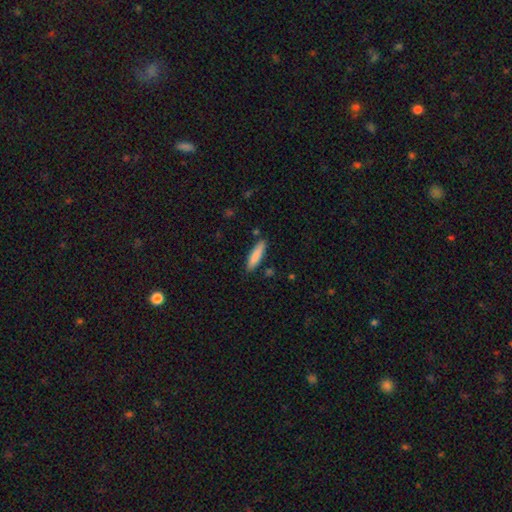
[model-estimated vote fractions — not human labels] Smooth or featured? Predicted: smooth (p=0.84). How rounded? Predicted: cigar-shaped (p=0.74). Merging? Predicted: none (p=0.84).